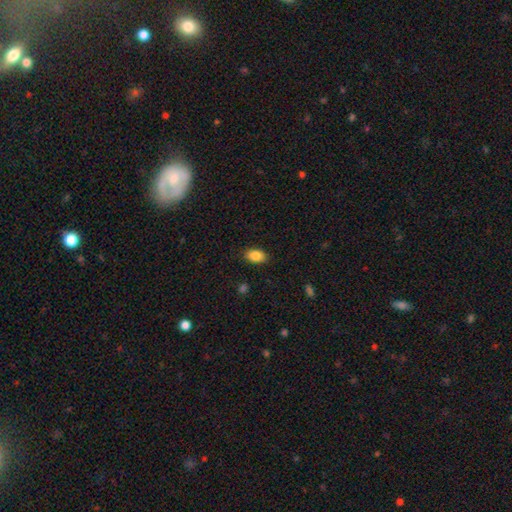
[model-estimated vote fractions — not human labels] Smooth or featured: smooth — 86% (star or artifact — 8%)
How rounded: in between — 90% (round — 8%)
Merging: none — 88% (minor disturbance — 9%)